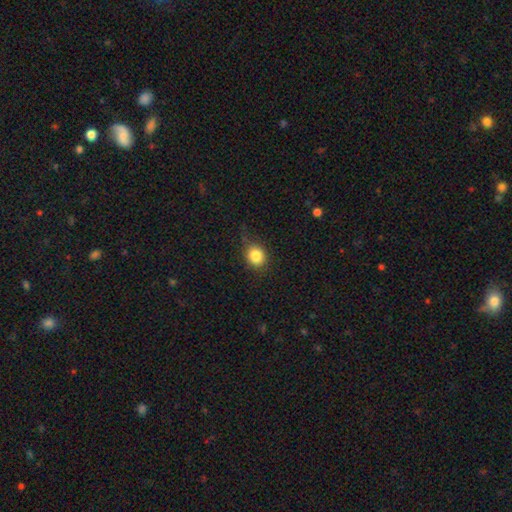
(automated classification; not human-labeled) The model was most divided on "how rounded": round: 67%, in between: 32%, cigar-shaped: 1%. More confident: smooth or featured — smooth (84%); merging — none (77%).